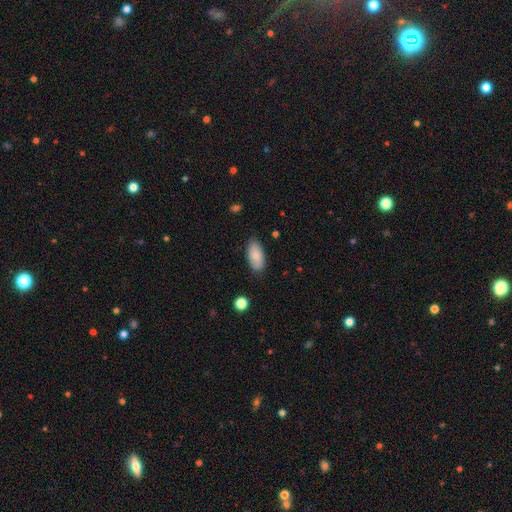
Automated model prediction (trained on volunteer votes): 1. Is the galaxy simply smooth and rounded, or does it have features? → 83% smooth, 11% featured or disk, 6% star or artifact.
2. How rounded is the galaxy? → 92% in between, 5% cigar-shaped, 2% round.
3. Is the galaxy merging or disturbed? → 82% none, 14% minor disturbance, 3% major disturbance, 1% merger.